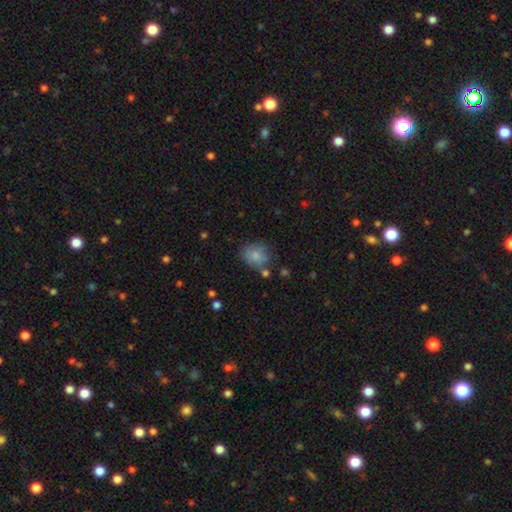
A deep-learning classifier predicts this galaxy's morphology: Overall: smooth (79%). How rounded: round (61%; in between 38%). Merging: none (62%).